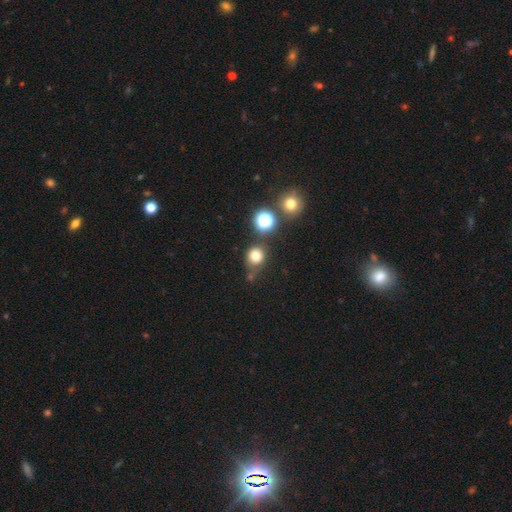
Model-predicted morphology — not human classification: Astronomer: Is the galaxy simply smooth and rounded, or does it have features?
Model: smooth — 76%.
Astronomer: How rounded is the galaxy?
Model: round — 83%.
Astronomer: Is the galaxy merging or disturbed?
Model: none — 69%.